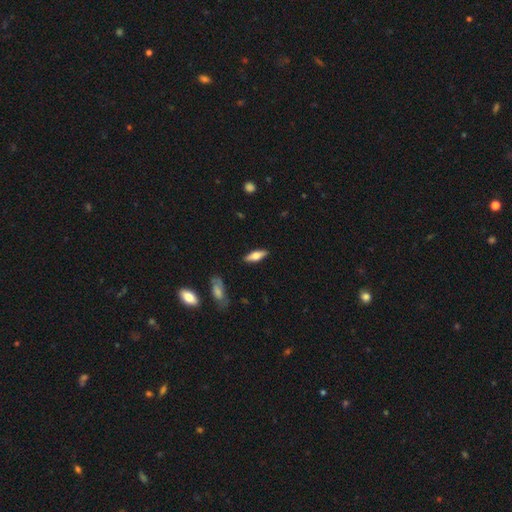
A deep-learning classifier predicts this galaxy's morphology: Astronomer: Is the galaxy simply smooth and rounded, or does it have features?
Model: smooth — 56% (runner-up: featured or disk, 37%).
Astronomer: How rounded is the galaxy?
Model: in between — 58% (runner-up: cigar-shaped, 40%).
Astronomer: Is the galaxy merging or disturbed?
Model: none — 87%.